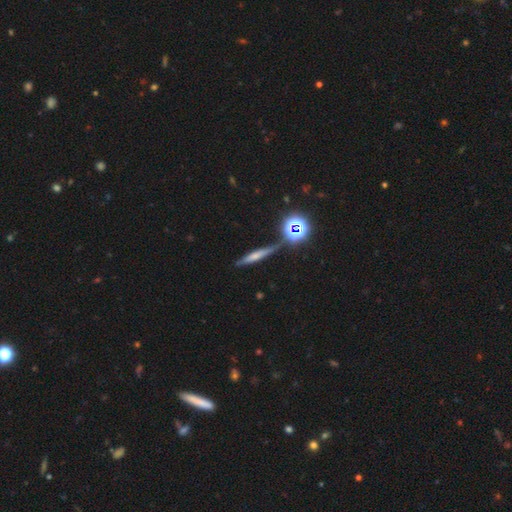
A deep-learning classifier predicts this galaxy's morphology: The model was most divided on "smooth or featured": smooth: 49%, featured or disk: 31%, star or artifact: 20%. More confident: merging — none (73%).